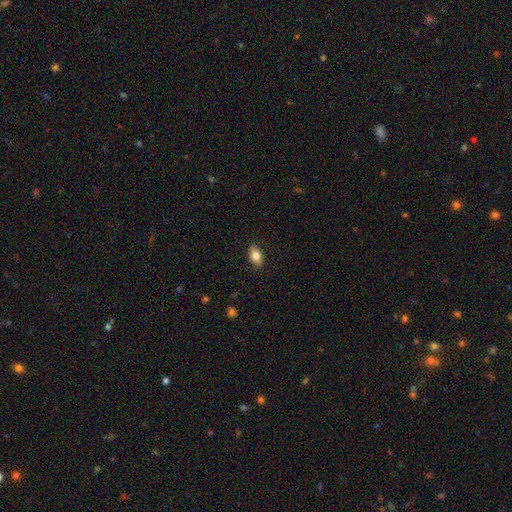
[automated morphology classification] smooth_or_featured: smooth (p=0.76) [alt: featured or disk p=0.17]
how_rounded: in between (p=0.87) [alt: round p=0.08]
merging: none (p=0.86) [alt: minor disturbance p=0.11]